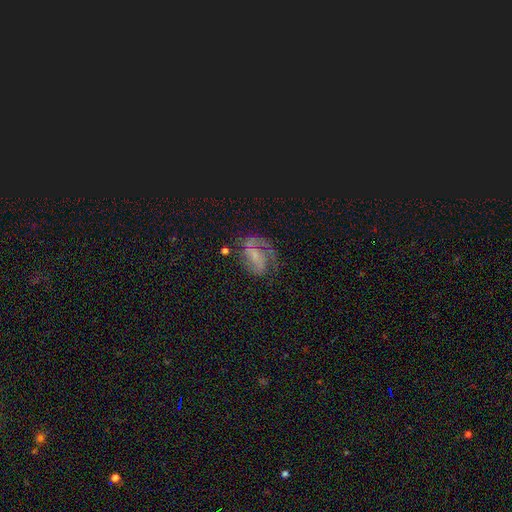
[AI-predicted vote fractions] Smooth or featured? featured or disk (70%)
Edge-on disk? no (98%)
Bar? no (45%)
Spiral arms? yes (87%)
Spiral winding? medium (44%)
Spiral arm count? 2 (47%)
Bulge size? small (52%)
Merging? none (52%)